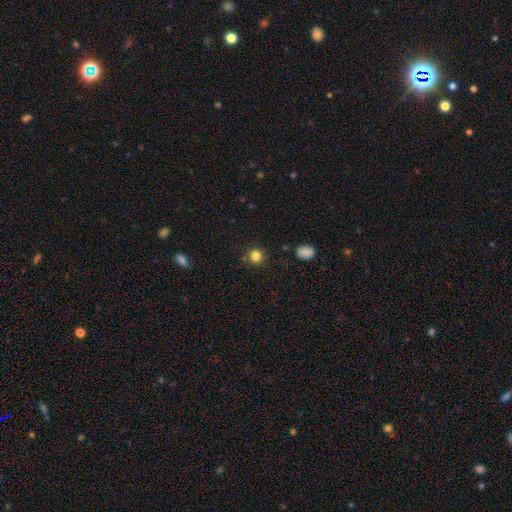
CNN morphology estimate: smooth_or_featured: smooth (p=0.82) [alt: star or artifact p=0.13]
how_rounded: round (p=0.90) [alt: in between p=0.09]
merging: none (p=0.85) [alt: minor disturbance p=0.09]